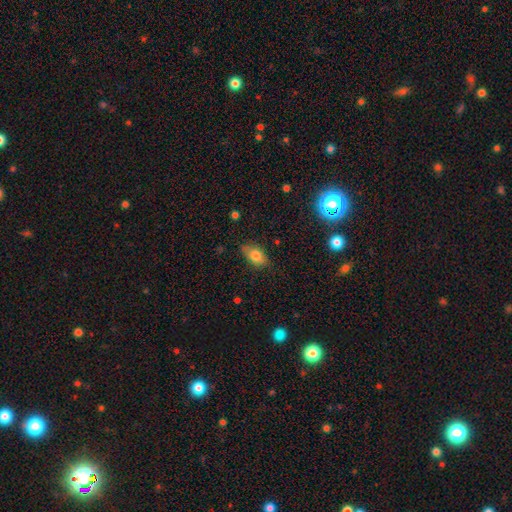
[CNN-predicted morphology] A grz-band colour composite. It shows a smooth galaxy with no disk features (79%) that is in between round and cigar-shaped (87%). Merging: none (76%).